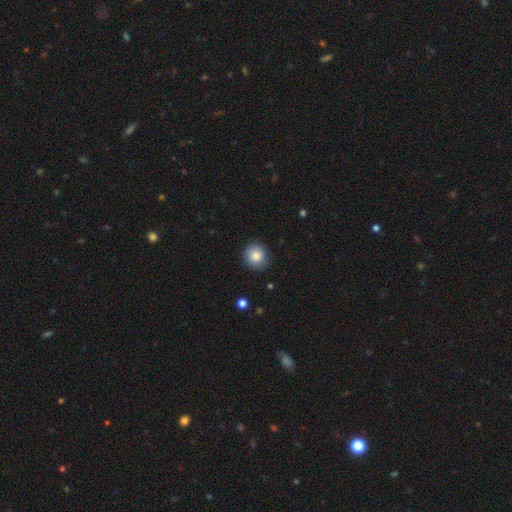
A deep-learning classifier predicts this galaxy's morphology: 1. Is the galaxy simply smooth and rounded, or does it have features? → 83% smooth, 9% star or artifact, 8% featured or disk.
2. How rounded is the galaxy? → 86% round, 13% in between, 1% cigar-shaped.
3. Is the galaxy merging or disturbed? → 88% none, 9% minor disturbance, 2% major disturbance, 1% merger.